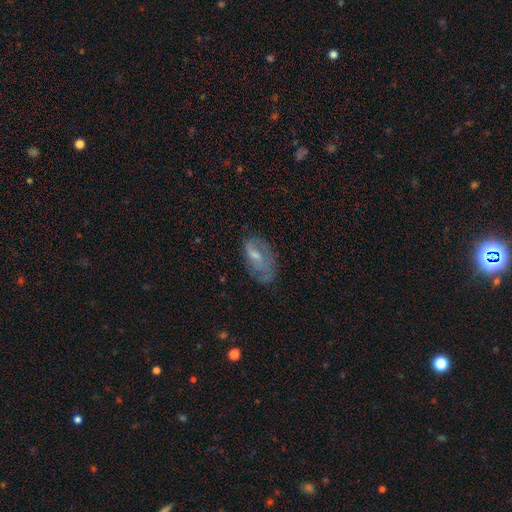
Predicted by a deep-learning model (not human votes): The model was most divided on "smooth or featured": featured or disk: 52%, smooth: 38%, star or artifact: 10%. More confident: edge-on disk — no (91%); merging — none (55%).